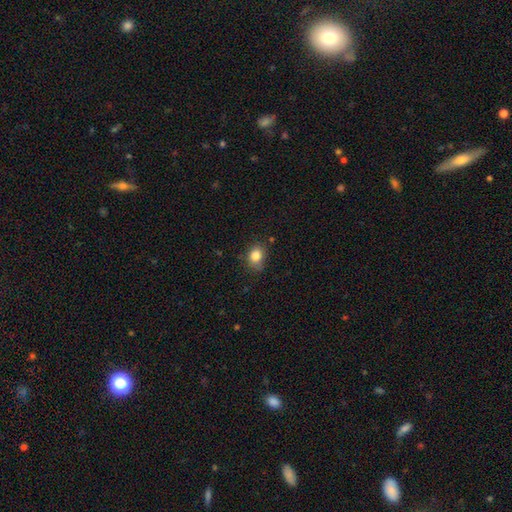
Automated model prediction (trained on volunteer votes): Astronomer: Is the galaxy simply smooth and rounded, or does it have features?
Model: smooth — 84%.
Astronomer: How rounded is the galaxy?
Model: in between — 52% (runner-up: round, 47%).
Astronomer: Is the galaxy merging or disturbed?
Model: none — 76%.